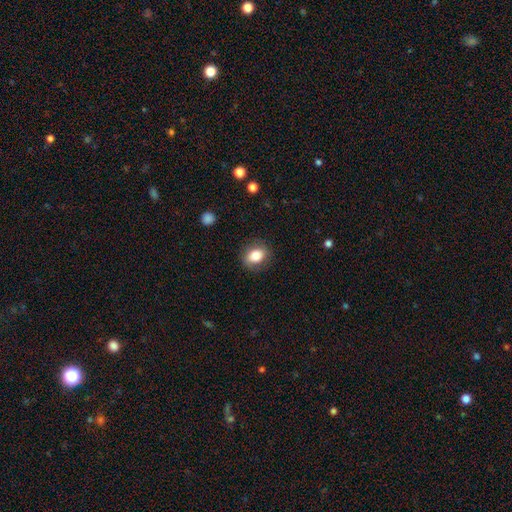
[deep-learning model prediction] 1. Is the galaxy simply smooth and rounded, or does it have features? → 80% smooth, 11% featured or disk, 8% star or artifact.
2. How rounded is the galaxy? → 60% in between, 39% round, 1% cigar-shaped.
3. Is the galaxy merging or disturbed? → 84% none, 11% minor disturbance, 4% major disturbance, 1% merger.